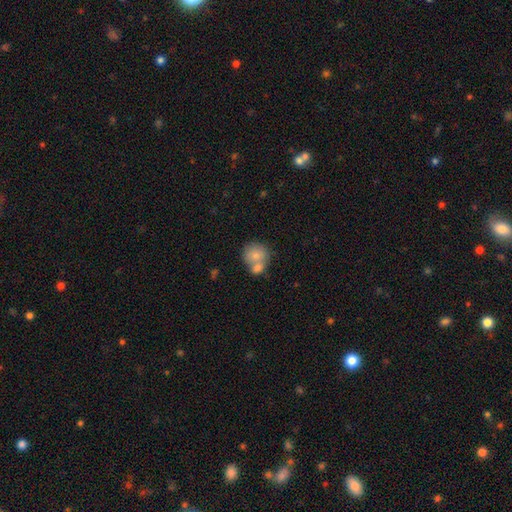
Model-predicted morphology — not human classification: Q: Smooth or featured?
A: smooth (78%); runner-up: featured or disk (15%)
Q: How rounded?
A: round (81%); runner-up: in between (18%)
Q: Merging?
A: merger (51%); runner-up: none (37%)